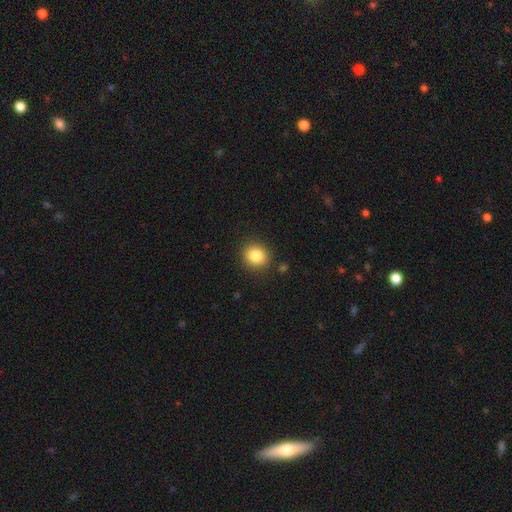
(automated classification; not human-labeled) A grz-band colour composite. It shows a smooth galaxy with no disk features (84%) that is round (79%). Merging: none (88%).